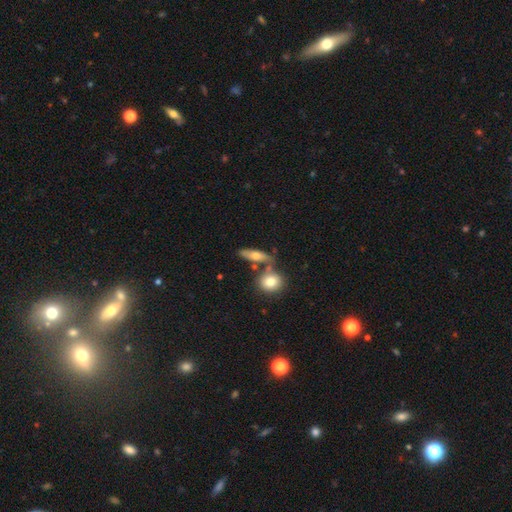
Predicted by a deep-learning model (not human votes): Smooth or featured? smooth (64%)
How rounded? in between (48%)
Merging? none (60%)